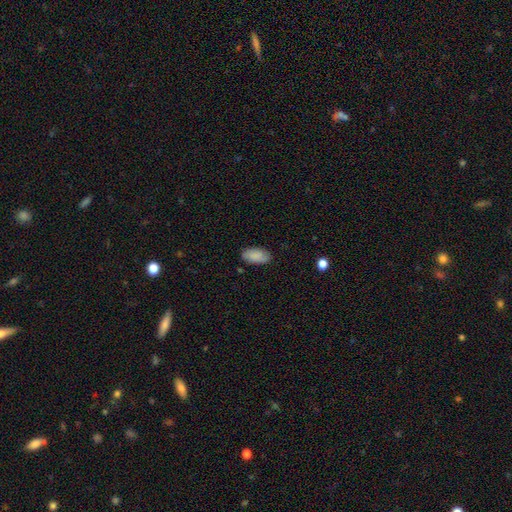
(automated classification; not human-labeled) smooth_or_featured: smooth (p=0.85) [alt: featured or disk p=0.08]
how_rounded: in between (p=0.94) [alt: cigar-shaped p=0.03]
merging: none (p=0.83) [alt: minor disturbance p=0.13]